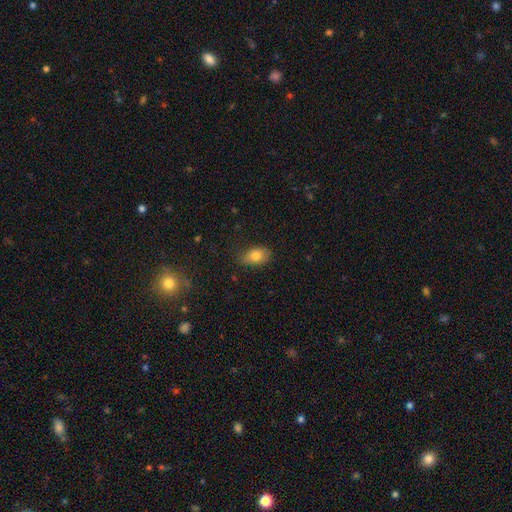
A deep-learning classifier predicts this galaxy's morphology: Q: Smooth or featured?
A: smooth (80%); runner-up: featured or disk (11%)
Q: How rounded?
A: in between (84%); runner-up: round (14%)
Q: Merging?
A: none (64%); runner-up: minor disturbance (29%)